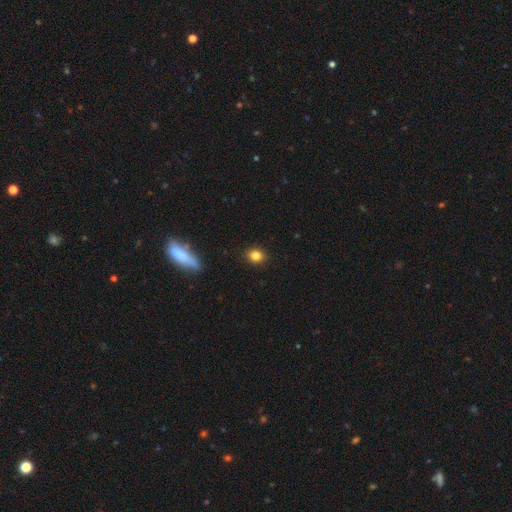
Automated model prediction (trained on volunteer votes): Smooth or featured? Predicted: smooth (p=0.84). How rounded? Predicted: round (p=0.65). Merging? Predicted: none (p=0.90).